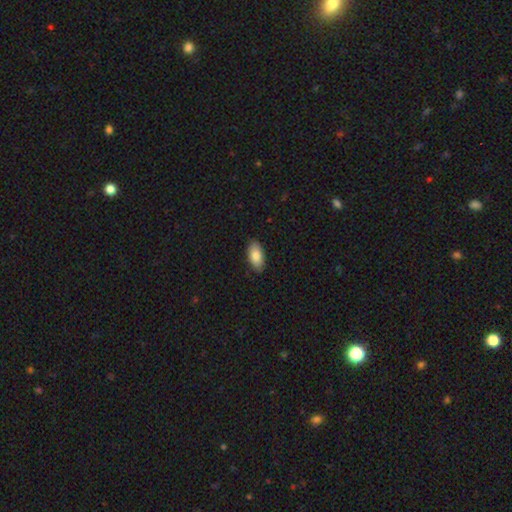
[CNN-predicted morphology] Overall: smooth (86%). How rounded: in between (93%). Merging: none (88%).